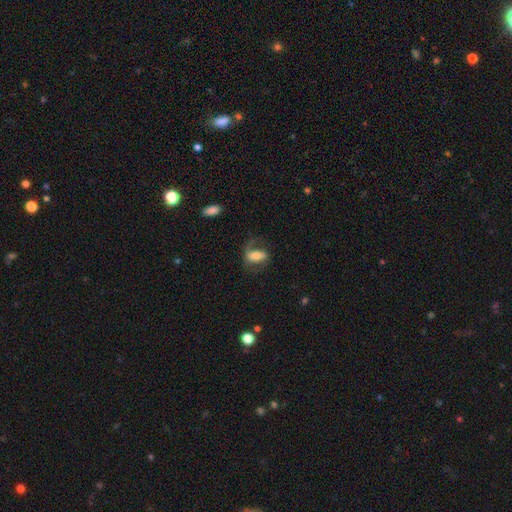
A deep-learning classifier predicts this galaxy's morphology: A featured or disk galaxy (56%) with a strong bar (41%), spiral arms (84%) and a moderate central bulge (51%).

Vote fractions:
- Smooth or featured? featured or disk: 56% / smooth: 36% / star or artifact: 8%
- Edge-on disk? no: 92% / yes: 8%
- Bar? strong: 41% / weak: 32% / no: 27%
- Spiral arms? yes: 84% / no: 16%
- Bulge size? moderate: 51% / small: 27% / large: 15% / none: 5% / dominant: 3%
- Merging? none: 51% / major disturbance: 26% / minor disturbance: 21% / merger: 2%